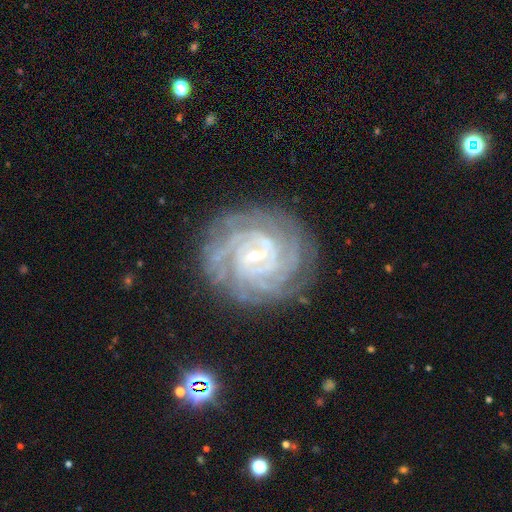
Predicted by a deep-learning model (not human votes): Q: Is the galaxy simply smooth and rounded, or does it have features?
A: featured or disk — 89%.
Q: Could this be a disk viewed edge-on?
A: no — 97%.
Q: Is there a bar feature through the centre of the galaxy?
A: weak — 53%.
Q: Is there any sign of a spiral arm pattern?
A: yes — 98%.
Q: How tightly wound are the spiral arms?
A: tight — 81%.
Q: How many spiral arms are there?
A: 4 — 26%.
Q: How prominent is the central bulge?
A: small — 72%.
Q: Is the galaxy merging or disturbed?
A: none — 80%.